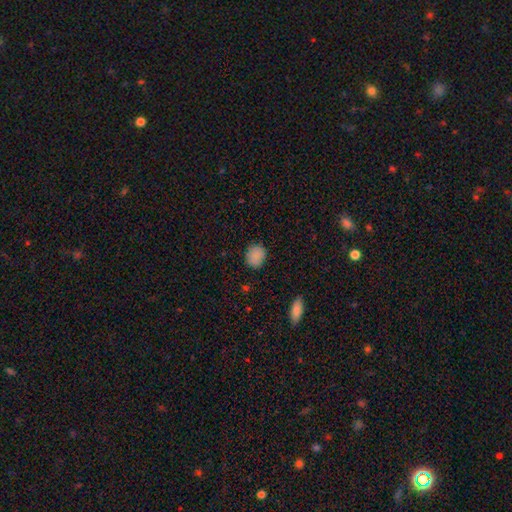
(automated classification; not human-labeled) Smooth or featured?
  - smooth: 86% *
  - star or artifact: 10%
  - featured or disk: 4%
How rounded?
  - round: 69% *
  - in between: 30%
  - cigar-shaped: 1%
Merging?
  - none: 85% *
  - minor disturbance: 11%
  - major disturbance: 3%
  - merger: 1%